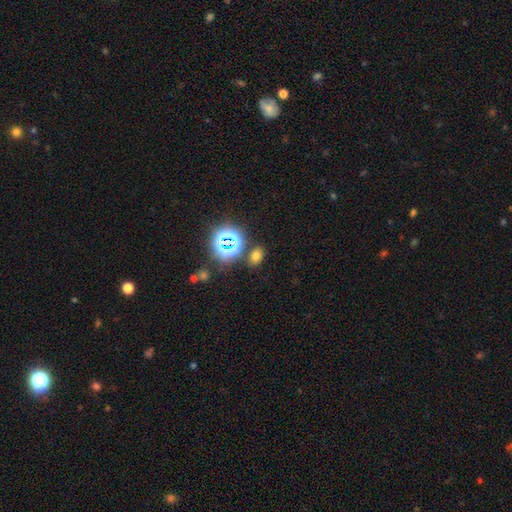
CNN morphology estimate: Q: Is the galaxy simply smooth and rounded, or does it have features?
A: smooth — 64%.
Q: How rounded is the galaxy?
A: in between — 73%.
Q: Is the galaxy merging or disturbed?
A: none — 81%.